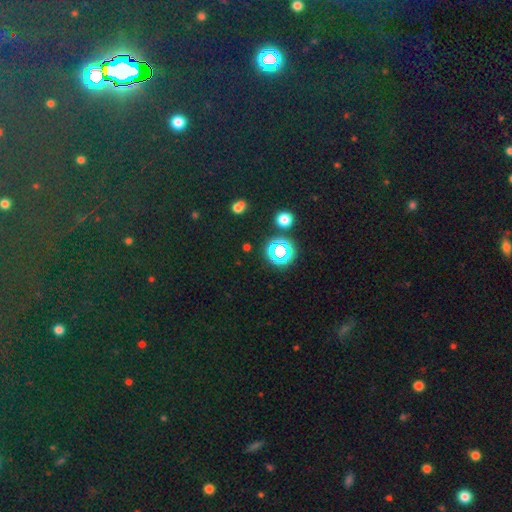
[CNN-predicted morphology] The model was most divided on "smooth or featured": star or artifact: 77%, smooth: 15%, featured or disk: 8%.